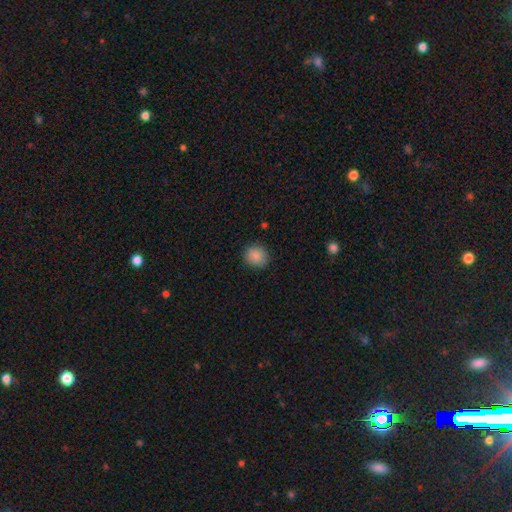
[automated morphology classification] smooth 88%, star or artifact 9%, featured or disk 4%. Down the decision tree: how rounded — round (86%); merging — none (88%).